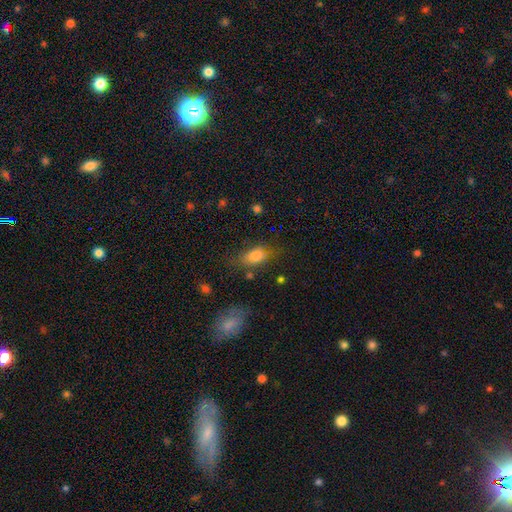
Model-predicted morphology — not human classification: smooth 76%, featured or disk 14%, star or artifact 10%. Down the decision tree: how rounded — in between (83%); merging — none (65%).